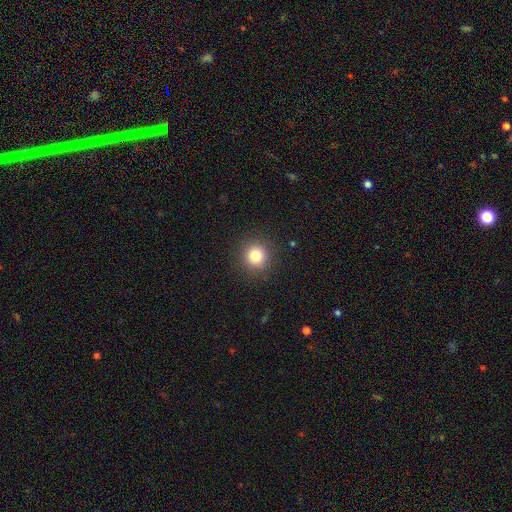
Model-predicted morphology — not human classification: Smooth or featured: smooth — 81% (star or artifact — 12%)
How rounded: round — 93% (in between — 6%)
Merging: none — 90% (minor disturbance — 6%)